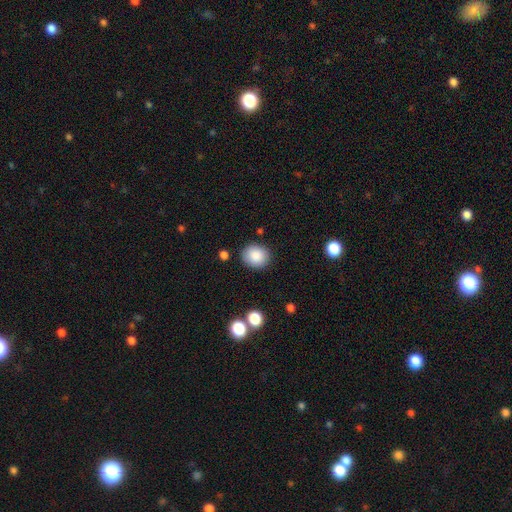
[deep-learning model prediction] Overall: smooth (87%). How rounded: round (68%; in between 31%). Merging: none (85%).